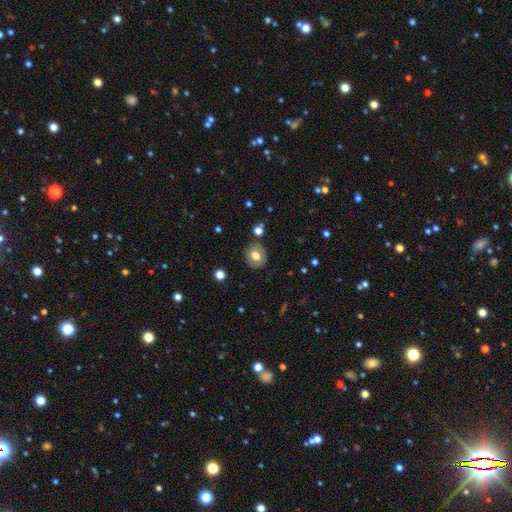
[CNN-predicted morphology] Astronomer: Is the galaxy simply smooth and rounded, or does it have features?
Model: smooth — 71%.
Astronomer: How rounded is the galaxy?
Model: round — 67%.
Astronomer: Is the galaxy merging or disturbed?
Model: none — 85%.